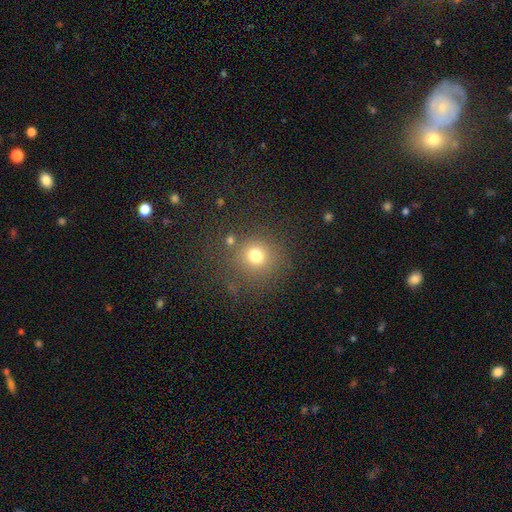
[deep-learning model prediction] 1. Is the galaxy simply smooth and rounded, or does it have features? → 75% smooth, 17% star or artifact, 8% featured or disk.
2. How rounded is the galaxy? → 90% round, 10% in between, 1% cigar-shaped.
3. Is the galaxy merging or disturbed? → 76% none, 11% minor disturbance, 7% major disturbance, 6% merger.